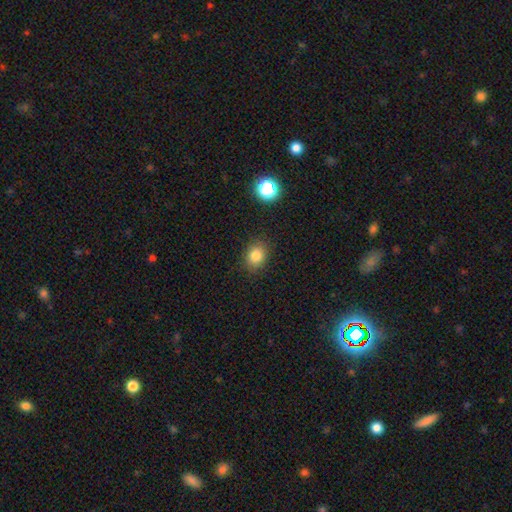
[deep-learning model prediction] smooth 81%, star or artifact 12%, featured or disk 6%. Down the decision tree: how rounded — round (52%); merging — none (87%).